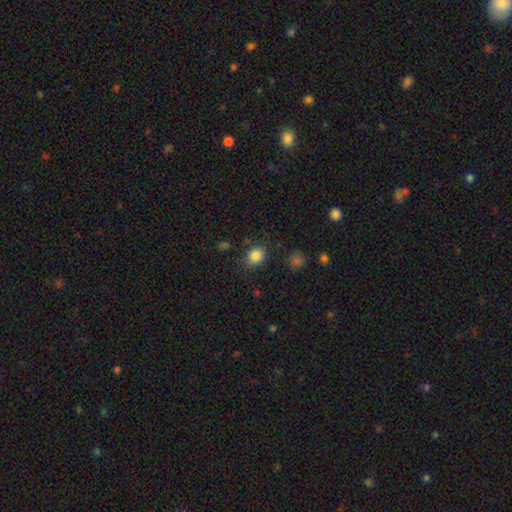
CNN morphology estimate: This appears to be a smooth galaxy with no disk features (84%) that is round (64%). Merging: none (83%).